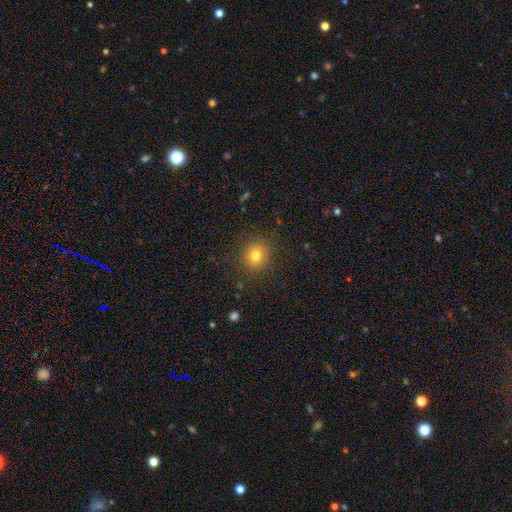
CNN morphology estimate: Smooth or featured? smooth (79%)
How rounded? round (82%)
Merging? none (88%)